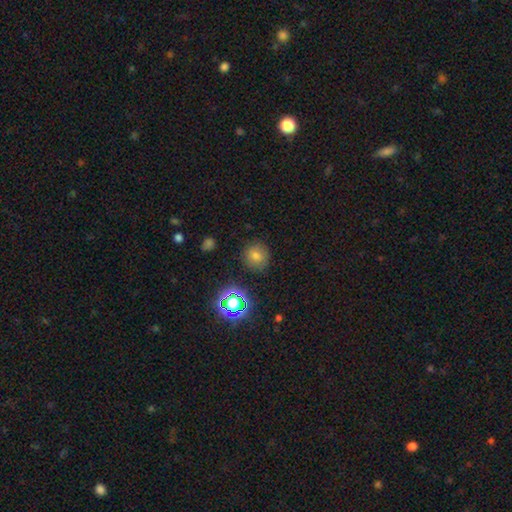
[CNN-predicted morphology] Smooth or featured? smooth (69%)
How rounded? round (91%)
Merging? none (87%)